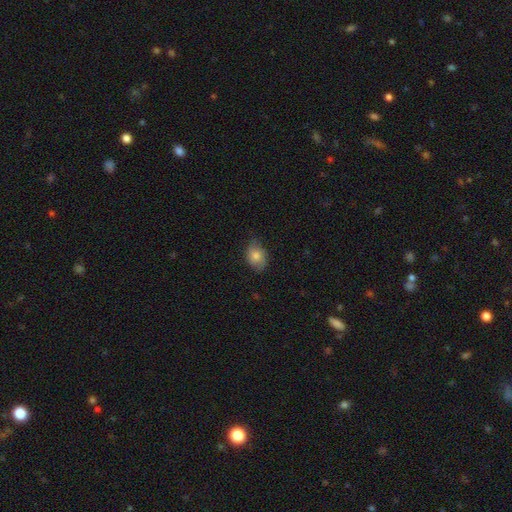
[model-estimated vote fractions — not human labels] Morphology: type=smooth (73%); roundness=in between (69%); merging=none (67%).